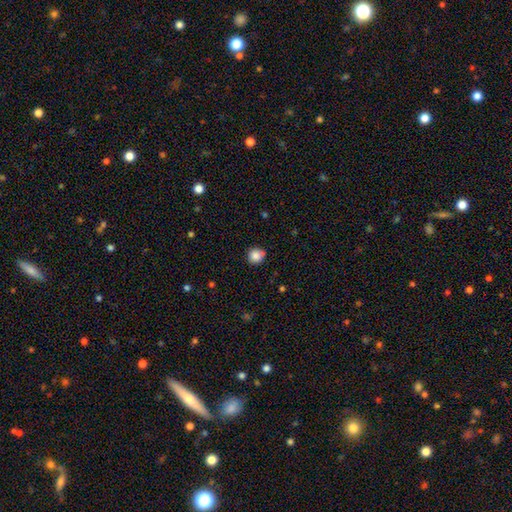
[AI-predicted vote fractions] smooth_or_featured: smooth (p=0.85) [alt: star or artifact p=0.10]
how_rounded: round (p=0.88) [alt: in between p=0.11]
merging: none (p=0.79) [alt: minor disturbance p=0.17]